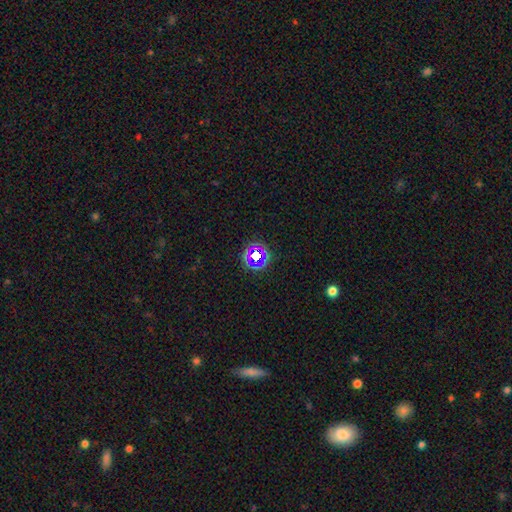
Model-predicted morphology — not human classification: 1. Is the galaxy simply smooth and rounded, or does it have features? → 61% star or artifact, 27% smooth, 12% featured or disk.